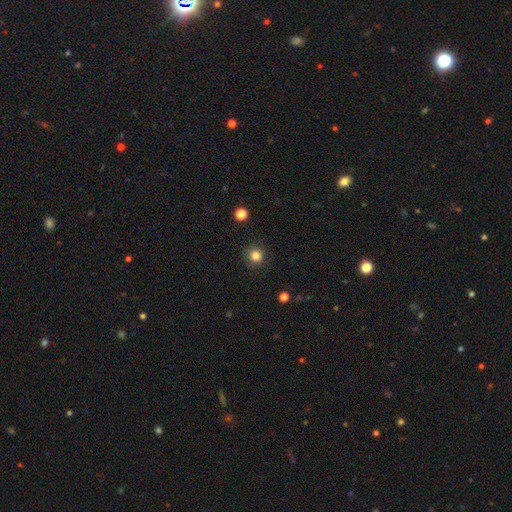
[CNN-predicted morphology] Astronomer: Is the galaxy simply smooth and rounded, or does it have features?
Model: smooth — 84%.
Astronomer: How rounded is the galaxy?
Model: round — 92%.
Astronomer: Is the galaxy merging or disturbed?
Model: none — 90%.